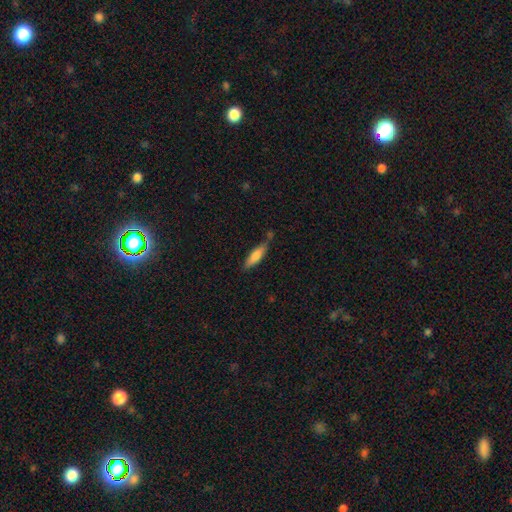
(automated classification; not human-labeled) Smooth or featured? smooth (75%)
How rounded? cigar-shaped (66%)
Merging? none (66%)